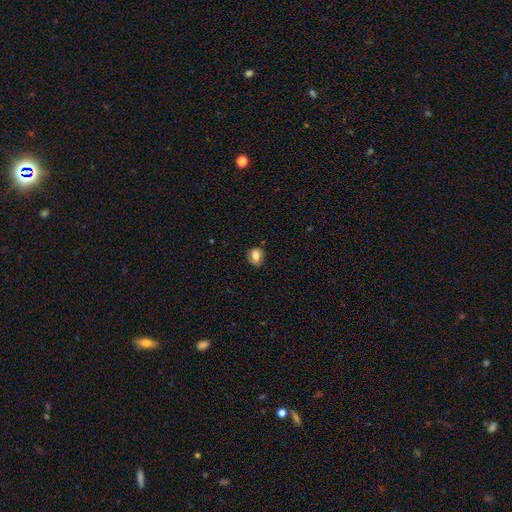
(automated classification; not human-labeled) This is likely a smooth galaxy (75%). How rounded: possibly round (56%). Merging: clearly none (82%).